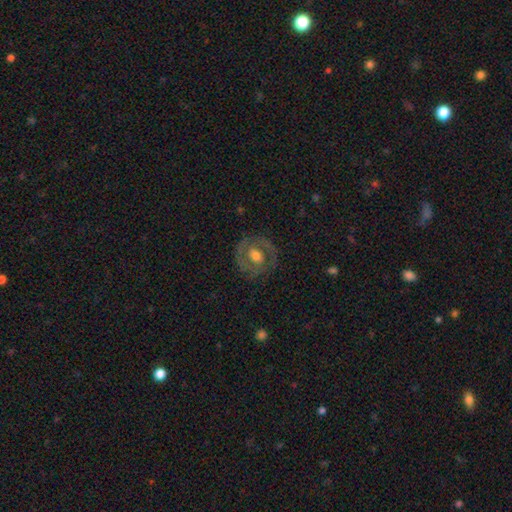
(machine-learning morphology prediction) Smooth or featured?
  - featured or disk: 58% *
  - smooth: 35%
  - star or artifact: 7%
Edge-on disk?
  - no: 96% *
  - yes: 4%
Bar?
  - no: 65% *
  - weak: 27%
  - strong: 8%
Spiral arms?
  - no: 57% *
  - yes: 43%
Bulge size?
  - moderate: 64% *
  - large: 23%
  - small: 10%
  - none: 2%
  - dominant: 2%
Merging?
  - none: 77% *
  - minor disturbance: 15%
  - major disturbance: 8%
  - merger: 1%